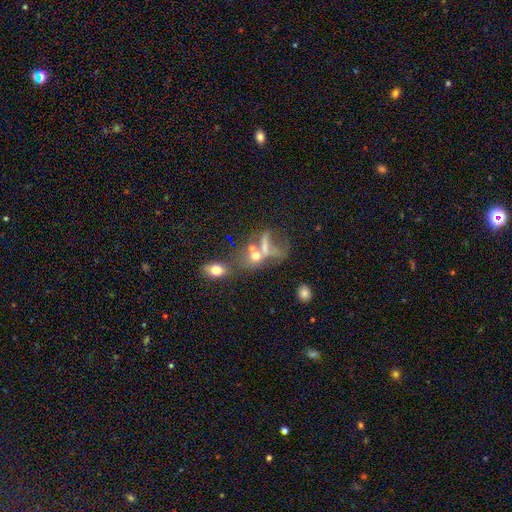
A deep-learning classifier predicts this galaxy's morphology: This is possibly a smooth galaxy (46%). Merging: possibly merger (50%).